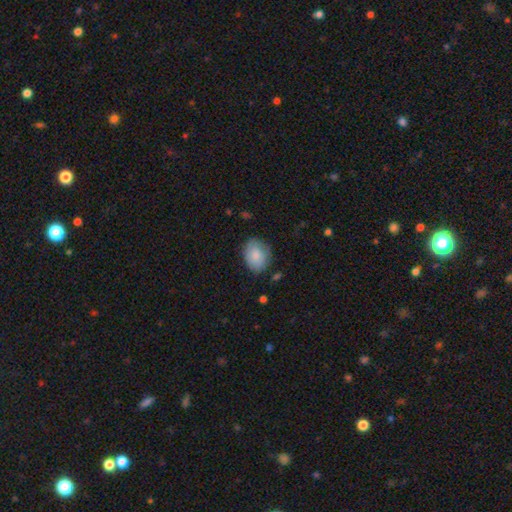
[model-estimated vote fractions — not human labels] Morphology: type=smooth (84%); roundness=in between (67%); merging=none (75%).